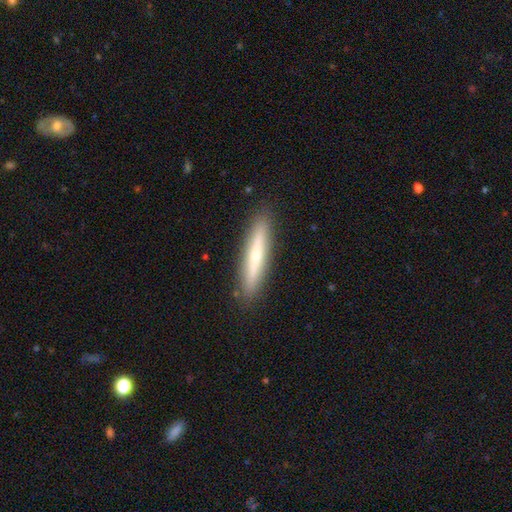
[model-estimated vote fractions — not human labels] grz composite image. It shows a smooth galaxy with no disk features (52%) that is cigar-shaped (92%). Merging: none (90%).